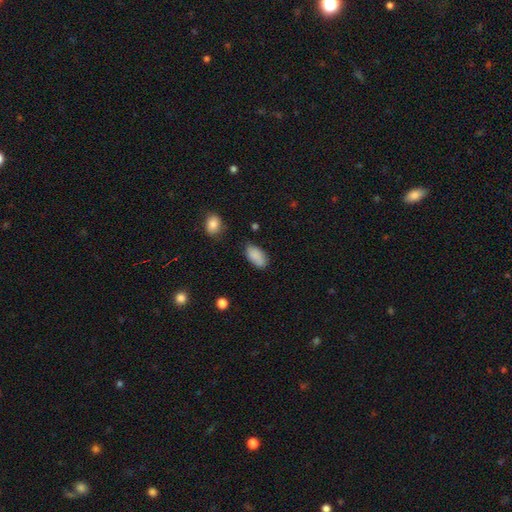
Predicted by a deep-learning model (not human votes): Smooth or featured?
  - smooth: 87% *
  - star or artifact: 8%
  - featured or disk: 5%
How rounded?
  - in between: 93% *
  - round: 3%
  - cigar-shaped: 3%
Merging?
  - none: 71% *
  - minor disturbance: 22%
  - major disturbance: 5%
  - merger: 2%